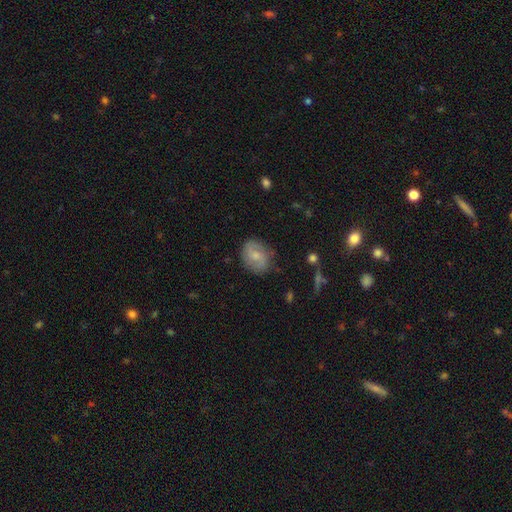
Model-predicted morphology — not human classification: type=smooth (47%); merging=none (79%).